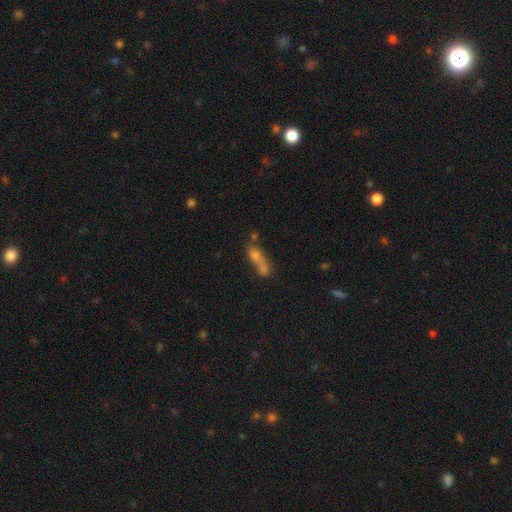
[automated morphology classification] type=smooth (61%); roundness=in between (48%); merging=merger (57%).